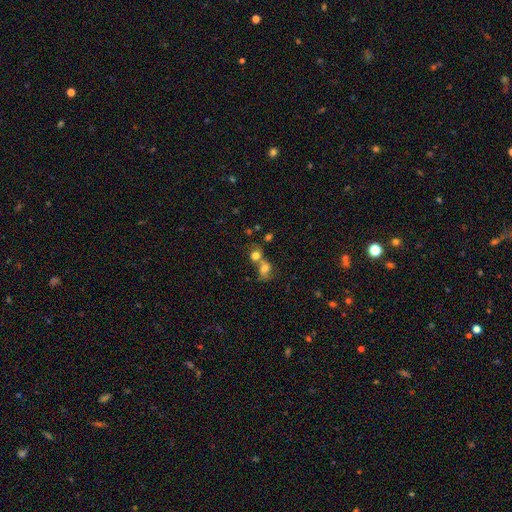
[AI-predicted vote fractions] A smooth galaxy with no disk features (73%) that is round (63%).

Vote fractions:
- Smooth or featured? smooth: 73% / featured or disk: 14% / star or artifact: 13%
- How rounded? round: 63% / in between: 35% / cigar-shaped: 2%
- Merging? merger: 63% / none: 24% / minor disturbance: 7% / major disturbance: 5%